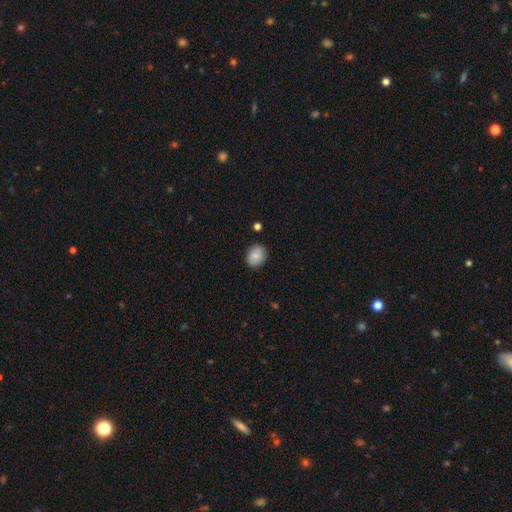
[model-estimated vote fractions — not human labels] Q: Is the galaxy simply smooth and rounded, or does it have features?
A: smooth — 86%.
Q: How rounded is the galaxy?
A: in between — 51%.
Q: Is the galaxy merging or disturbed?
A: none — 86%.